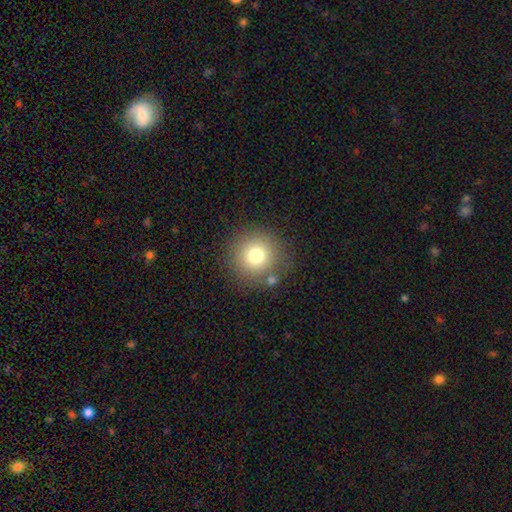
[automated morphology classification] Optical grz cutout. It shows a smooth galaxy with no disk features (77%) that is round (95%). Merging: none (82%).